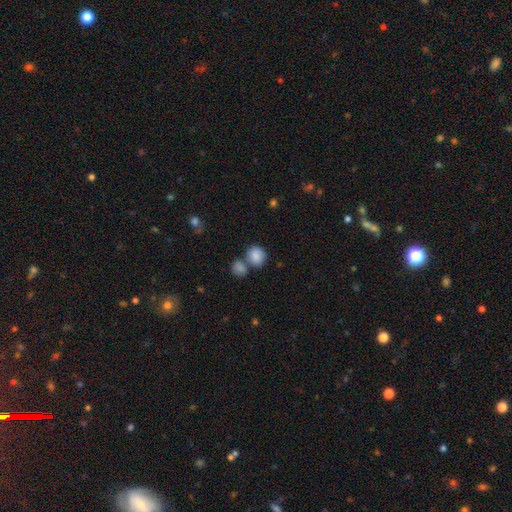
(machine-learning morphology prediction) The model was most divided on "merging": none: 47%, merger: 37%, minor disturbance: 11%, major disturbance: 4%. More confident: smooth or featured — smooth (86%); how rounded — round (62%).